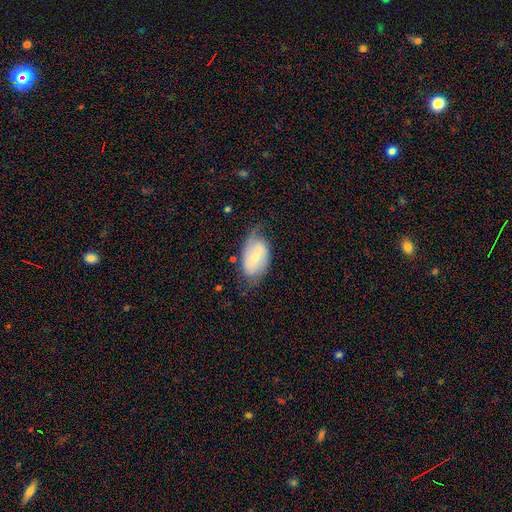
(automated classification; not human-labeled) Q: Smooth or featured?
A: featured or disk (58%); runner-up: smooth (36%)
Q: Edge-on disk?
A: no (95%); runner-up: yes (5%)
Q: Bar?
A: no (46%); runner-up: weak (40%)
Q: Spiral arms?
A: yes (83%); runner-up: no (17%)
Q: Bulge size?
A: small (57%); runner-up: moderate (37%)
Q: Merging?
A: none (61%); runner-up: minor disturbance (26%)